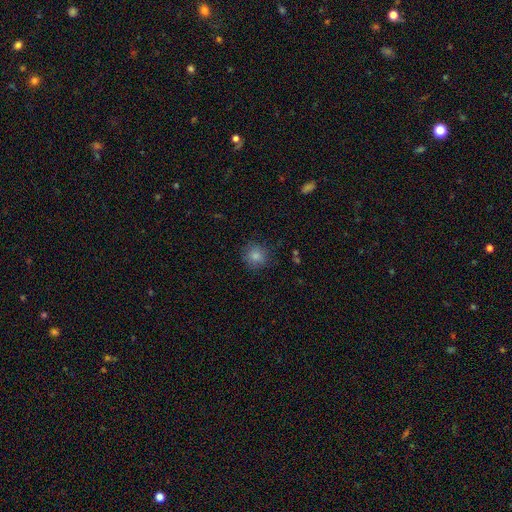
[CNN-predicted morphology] type=smooth (82%); roundness=round (91%); merging=none (85%).